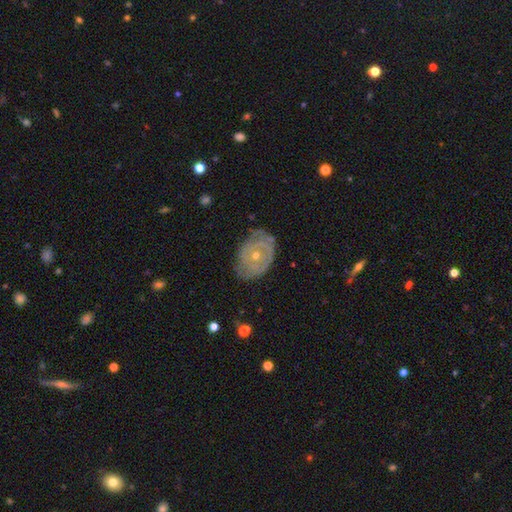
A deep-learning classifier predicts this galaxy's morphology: Smooth or featured? Predicted: featured or disk (p=0.76). Edge-on disk? Predicted: no (p=0.95). Bar? Predicted: no (p=0.82). Spiral arms? Predicted: yes (p=0.76). Spiral winding? Predicted: tight (p=0.74). Spiral arm count? Predicted: can't tell (p=0.50). Bulge size? Predicted: small (p=0.59). Merging? Predicted: none (p=0.69).